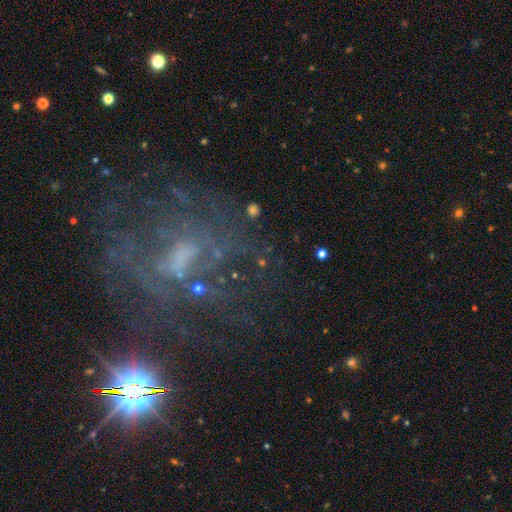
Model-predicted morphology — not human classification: Smooth or featured? Predicted: featured or disk (p=0.52). Edge-on disk? Predicted: no (p=0.93). Merging? Predicted: none (p=0.59).